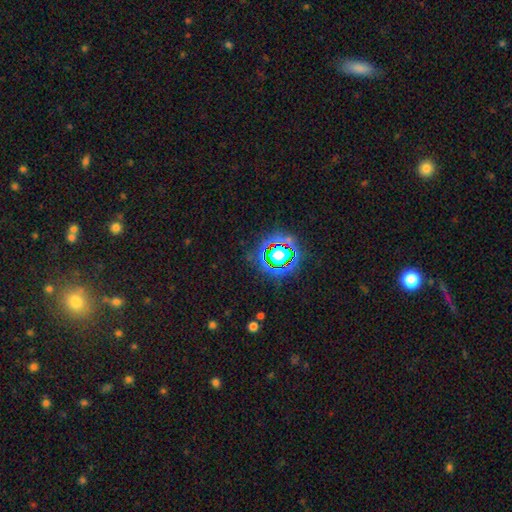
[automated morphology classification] smooth-or-featured: star or artifact: 79% | smooth: 13% | featured or disk: 8%